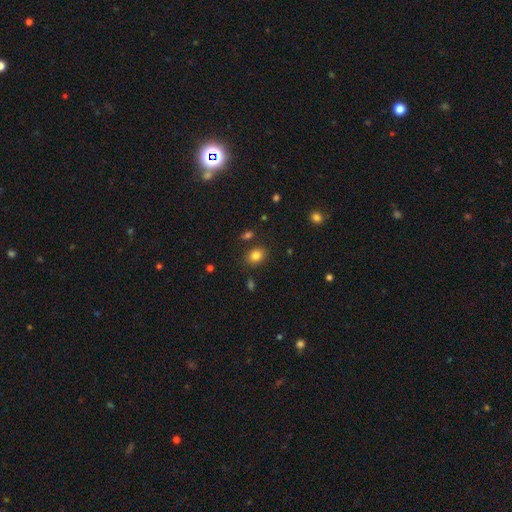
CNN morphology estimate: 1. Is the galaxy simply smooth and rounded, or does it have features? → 83% smooth, 11% star or artifact, 6% featured or disk.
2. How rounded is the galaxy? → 61% in between, 38% round, 1% cigar-shaped.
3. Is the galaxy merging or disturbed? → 82% none, 11% minor disturbance, 4% merger, 3% major disturbance.